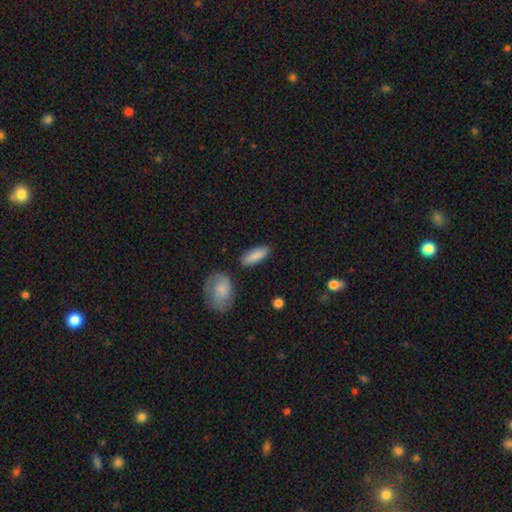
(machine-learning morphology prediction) type=smooth (85%); roundness=in between (65%); merging=none (82%).